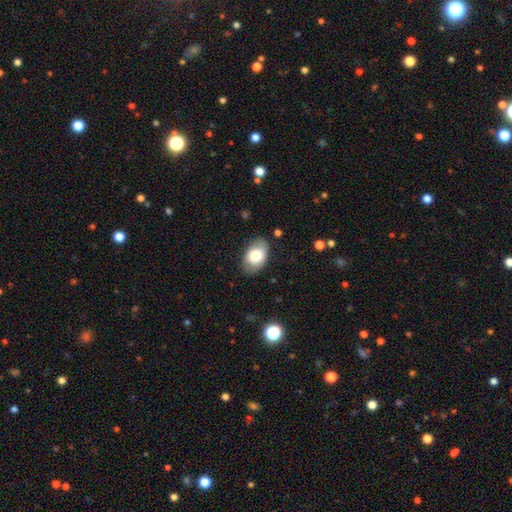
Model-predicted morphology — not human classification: smooth-or-featured: smooth: 78% | featured or disk: 16% | star or artifact: 7%
  how-rounded: in between: 89% | round: 9% | cigar-shaped: 1%
  merging: none: 80% | minor disturbance: 15% | major disturbance: 4% | merger: 1%